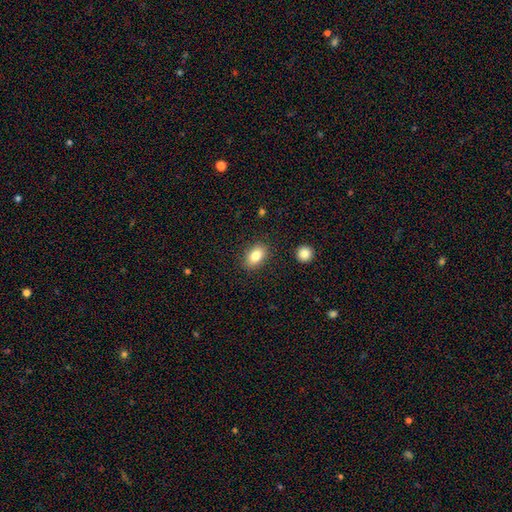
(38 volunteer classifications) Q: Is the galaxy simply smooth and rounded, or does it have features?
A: smooth — 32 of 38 (84%).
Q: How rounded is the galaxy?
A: in between — 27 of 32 (84%).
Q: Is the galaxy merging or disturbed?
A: none — 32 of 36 (89%).